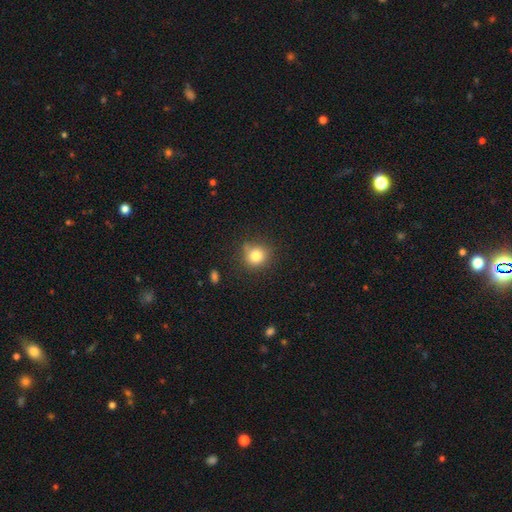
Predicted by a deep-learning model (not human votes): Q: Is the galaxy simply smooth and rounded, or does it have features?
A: smooth — 81%.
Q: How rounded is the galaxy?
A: round — 86%.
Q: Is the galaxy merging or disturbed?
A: none — 77%.